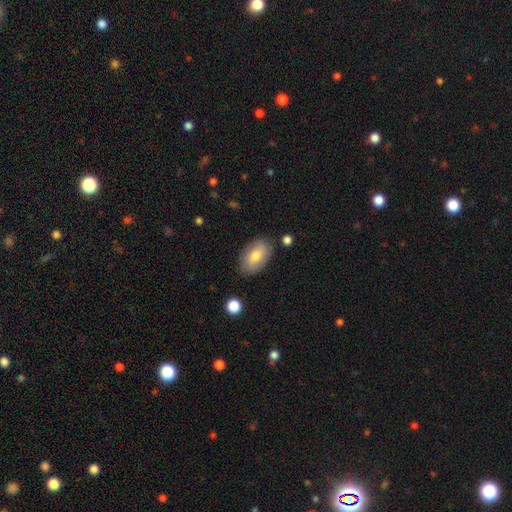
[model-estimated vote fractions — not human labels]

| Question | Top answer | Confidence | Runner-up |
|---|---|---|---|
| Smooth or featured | smooth | 72% | featured or disk (21%) |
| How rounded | in between | 92% | round (6%) |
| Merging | none | 82% | minor disturbance (13%) |